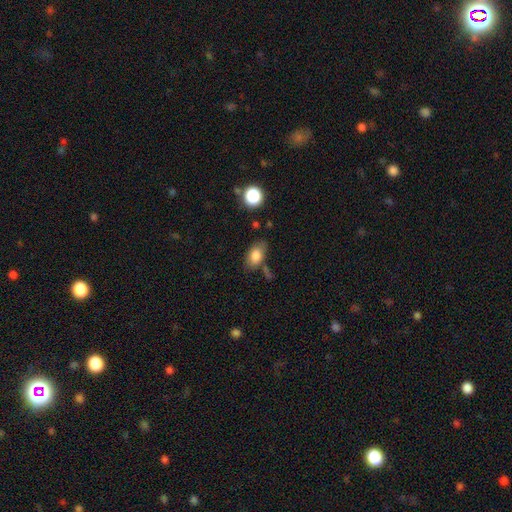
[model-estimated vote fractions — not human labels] Smooth or featured? smooth (81%)
How rounded? in between (87%)
Merging? none (67%)